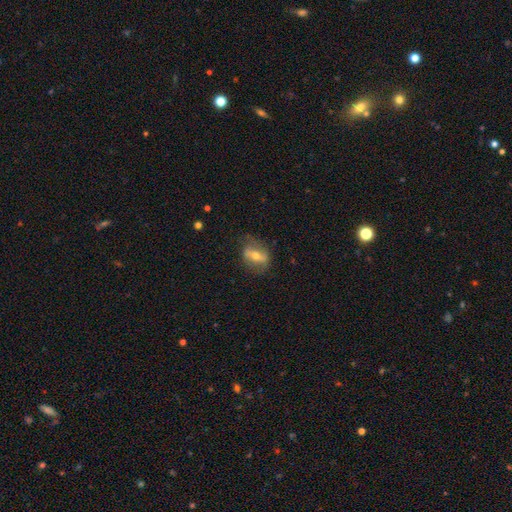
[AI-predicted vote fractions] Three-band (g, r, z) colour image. It shows a featured or disk galaxy (57%). Merging: none (69%).